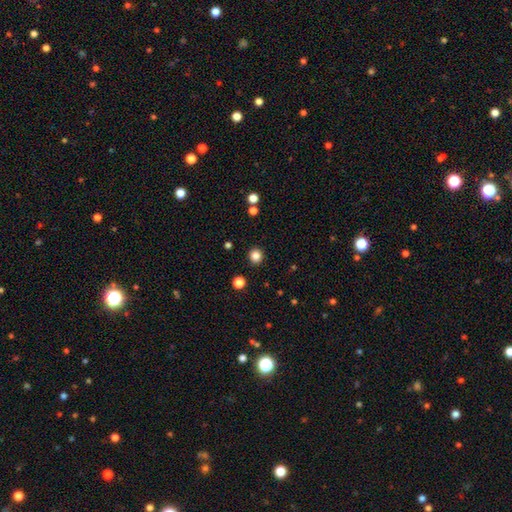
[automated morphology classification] A smooth galaxy with no disk features (83%) that is round (92%).

Vote fractions:
- Smooth or featured? smooth: 83% / star or artifact: 12% / featured or disk: 4%
- How rounded? round: 92% / in between: 7% / cigar-shaped: 1%
- Merging? none: 91% / minor disturbance: 5% / major disturbance: 2% / merger: 1%